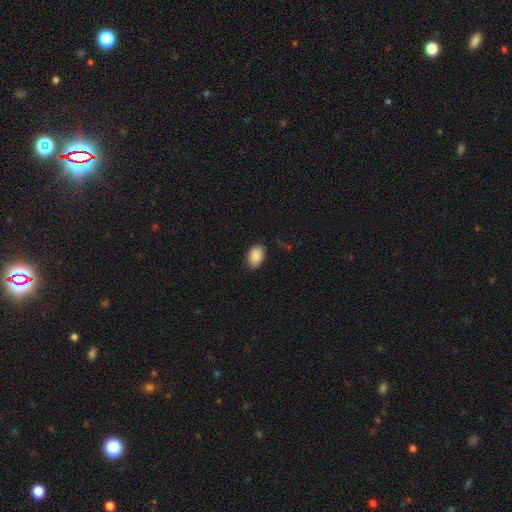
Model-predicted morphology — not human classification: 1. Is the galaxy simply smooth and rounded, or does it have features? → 89% smooth, 7% star or artifact, 4% featured or disk.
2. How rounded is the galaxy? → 88% in between, 11% round, 1% cigar-shaped.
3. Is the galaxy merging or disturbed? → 78% none, 18% minor disturbance, 3% major disturbance, 1% merger.